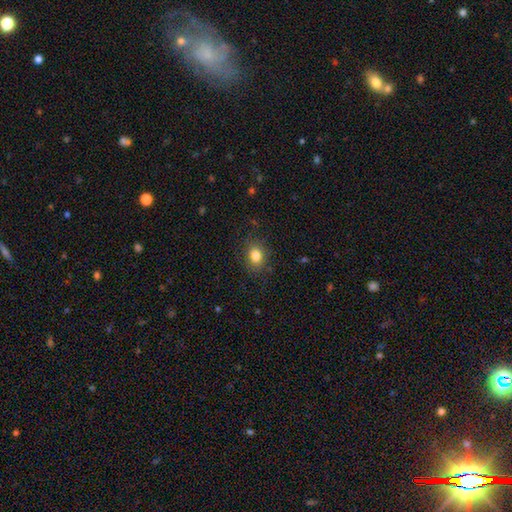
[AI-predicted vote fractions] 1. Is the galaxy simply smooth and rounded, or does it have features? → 82% smooth, 11% star or artifact, 7% featured or disk.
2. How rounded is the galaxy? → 59% in between, 40% round, 1% cigar-shaped.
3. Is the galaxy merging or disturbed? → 85% none, 11% minor disturbance, 3% major disturbance, 1% merger.